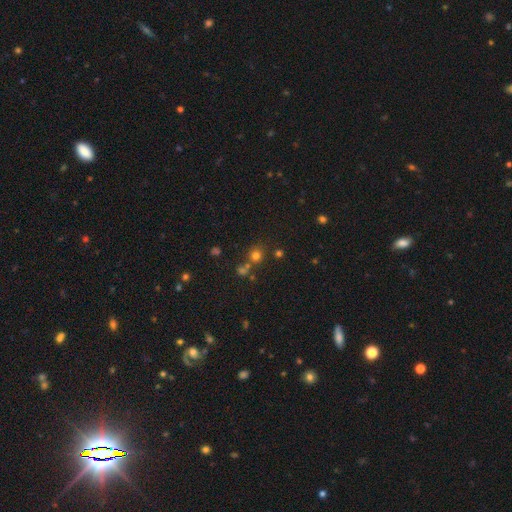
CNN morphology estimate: This appears to be a smooth galaxy with no disk features (69%) that is round (90%). Merging: none (71%).